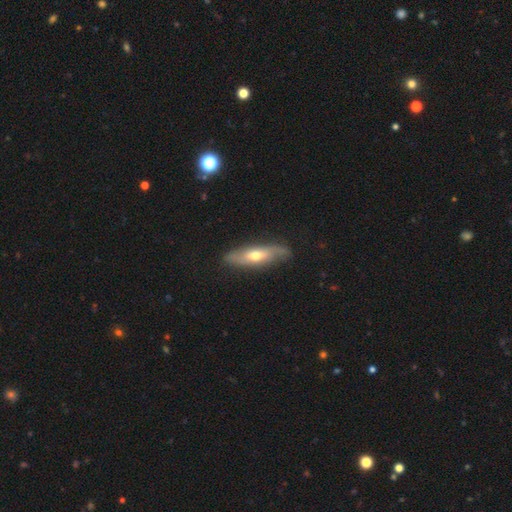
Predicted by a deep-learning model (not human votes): featured or disk 48%, smooth 47%, star or artifact 6%. Down the decision tree: merging — none (78%).